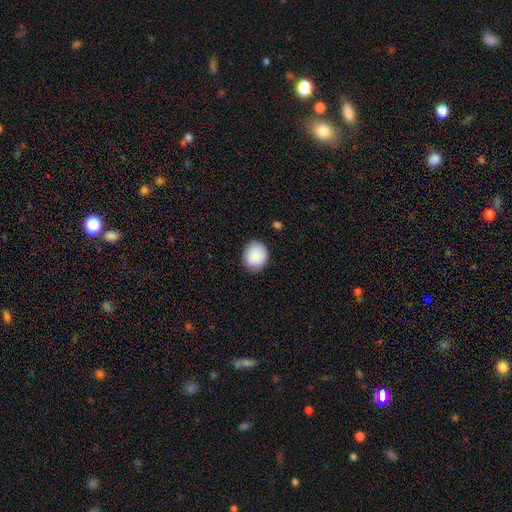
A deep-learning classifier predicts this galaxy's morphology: smooth 88%, star or artifact 7%, featured or disk 5%. Down the decision tree: how rounded — round (65%); merging — none (85%).